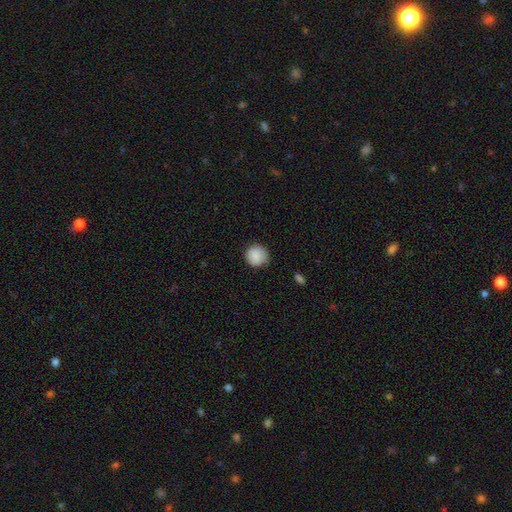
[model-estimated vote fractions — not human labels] Smooth or featured? Predicted: smooth (p=0.86). How rounded? Predicted: round (p=0.94). Merging? Predicted: none (p=0.83).